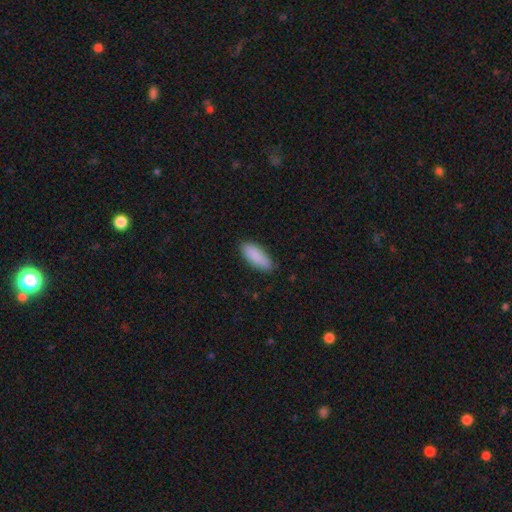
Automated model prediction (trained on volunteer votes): Q: Smooth or featured?
A: smooth (89%); runner-up: star or artifact (6%)
Q: How rounded?
A: in between (74%); runner-up: cigar-shaped (24%)
Q: Merging?
A: none (84%); runner-up: minor disturbance (13%)